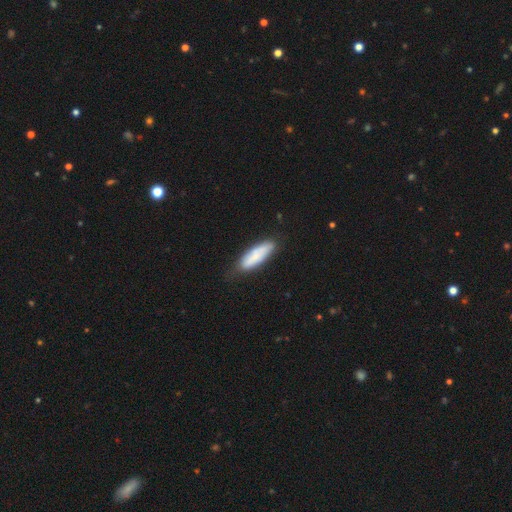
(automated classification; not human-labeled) smooth_or_featured: smooth (p=0.69) [alt: featured or disk p=0.25]
how_rounded: in between (p=0.53) [alt: cigar-shaped p=0.45]
merging: none (p=0.68) [alt: minor disturbance p=0.25]